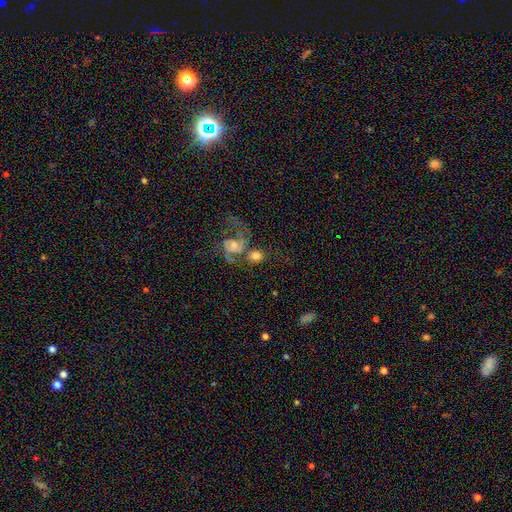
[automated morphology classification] smooth-or-featured: featured or disk: 49% | smooth: 42% | star or artifact: 9%
  merging: none: 39% (tied) | merger: 39% (tied) | major disturbance: 11% | minor disturbance: 11%